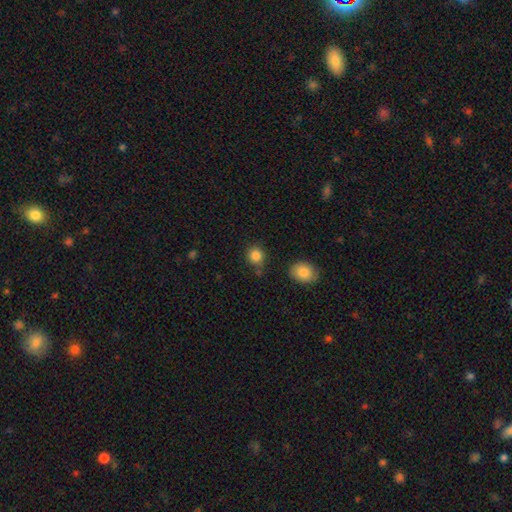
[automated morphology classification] This appears to be a smooth galaxy with no disk features (85%) that is round (81%). Merging: none (76%).